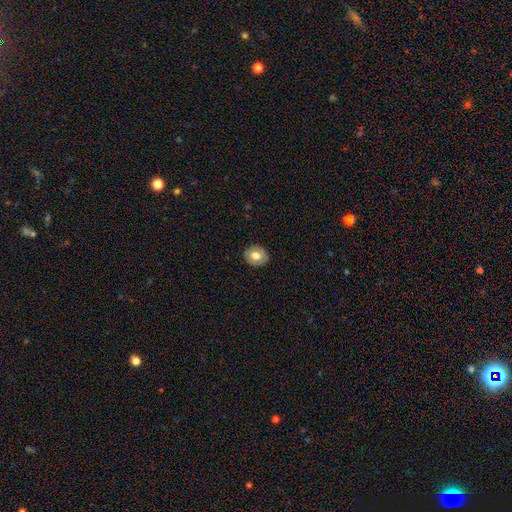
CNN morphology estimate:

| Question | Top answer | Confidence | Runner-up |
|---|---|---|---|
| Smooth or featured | smooth | 66% | featured or disk (26%) |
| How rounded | round | 70% | in between (29%) |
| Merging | none | 87% | minor disturbance (10%) |